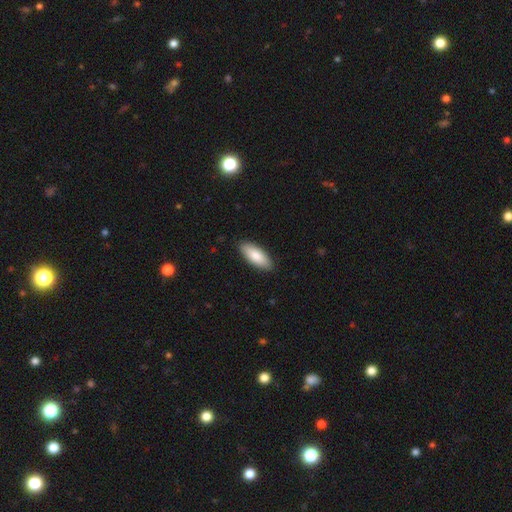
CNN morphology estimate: This appears to be a smooth galaxy with no disk features (83%) that is in between round and cigar-shaped (76%). Merging: none (89%).